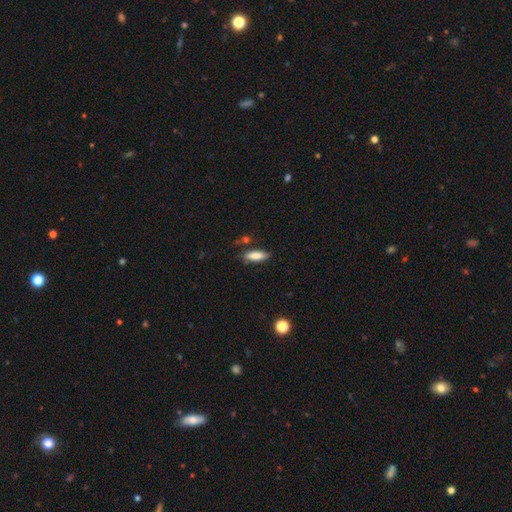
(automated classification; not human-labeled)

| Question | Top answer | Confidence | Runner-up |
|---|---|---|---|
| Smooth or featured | smooth | 83% | featured or disk (10%) |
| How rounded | in between | 53% | cigar-shaped (45%) |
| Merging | none | 75% | minor disturbance (17%) |